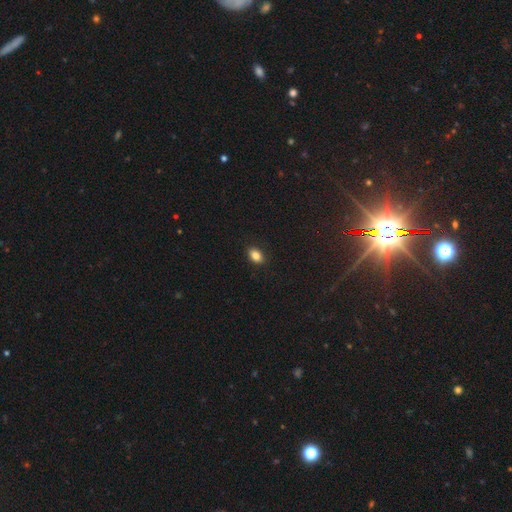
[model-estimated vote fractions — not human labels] The model was most divided on "how rounded": in between: 83%, round: 16%, cigar-shaped: 2%. More confident: merging — none (89%); smooth or featured — smooth (85%).